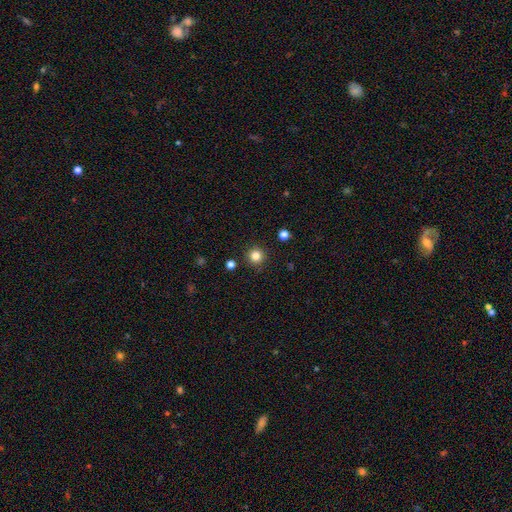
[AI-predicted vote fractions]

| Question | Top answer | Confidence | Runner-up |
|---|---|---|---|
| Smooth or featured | smooth | 83% | star or artifact (12%) |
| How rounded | round | 95% | in between (4%) |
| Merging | none | 91% | minor disturbance (5%) |